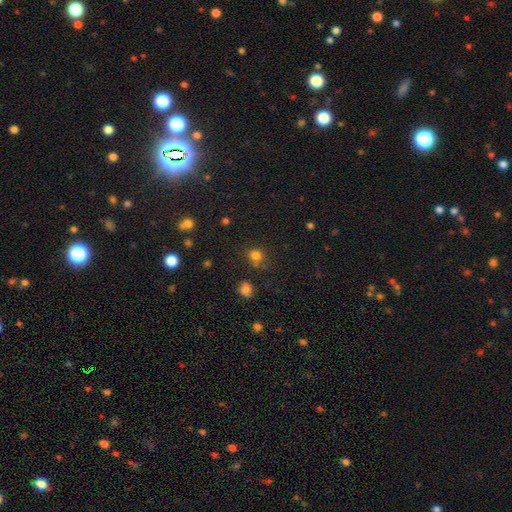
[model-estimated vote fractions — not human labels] A smooth galaxy with no disk features (75%) that is round (77%).

Vote fractions:
- Smooth or featured? smooth: 75% / star or artifact: 18% / featured or disk: 6%
- How rounded? round: 77% / in between: 22% / cigar-shaped: 1%
- Merging? none: 64% / minor disturbance: 18% / merger: 11% / major disturbance: 8%